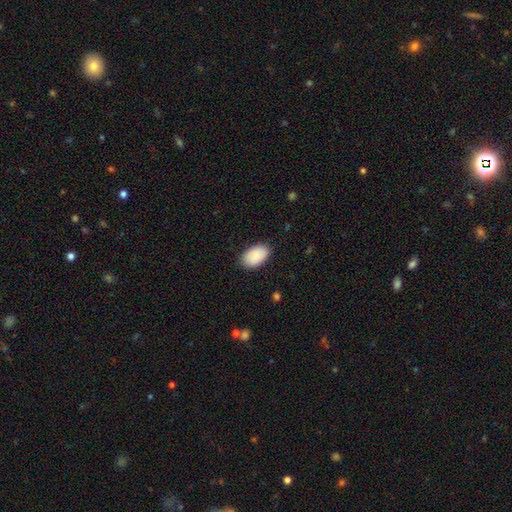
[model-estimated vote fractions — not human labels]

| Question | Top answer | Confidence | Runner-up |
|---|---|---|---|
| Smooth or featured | smooth | 87% | featured or disk (7%) |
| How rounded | in between | 93% | round (6%) |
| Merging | none | 85% | minor disturbance (12%) |